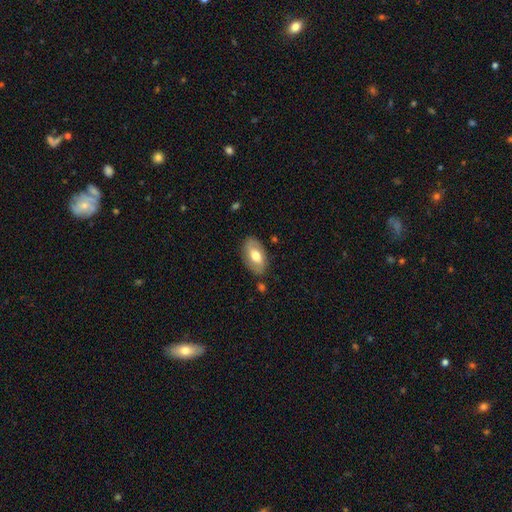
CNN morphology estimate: This is likely a smooth galaxy (60%). How rounded: clearly in between (93%). Merging: likely none (79%).